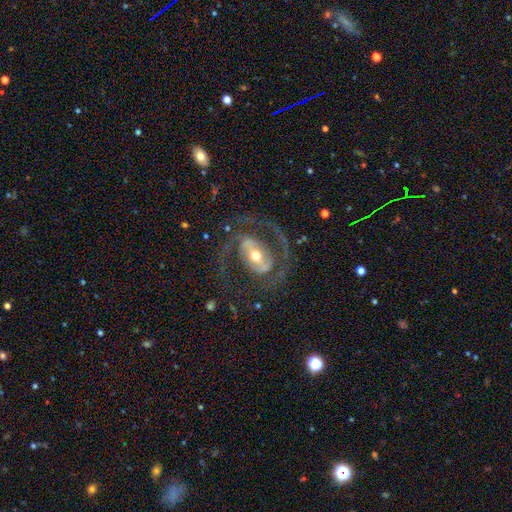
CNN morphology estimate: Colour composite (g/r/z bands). It shows a featured or disk galaxy (86%) with a strong bar (44%), 2 (86%) medium (54%) spiral arms (87%) and a moderate central bulge (66%). Merging: none (68%).